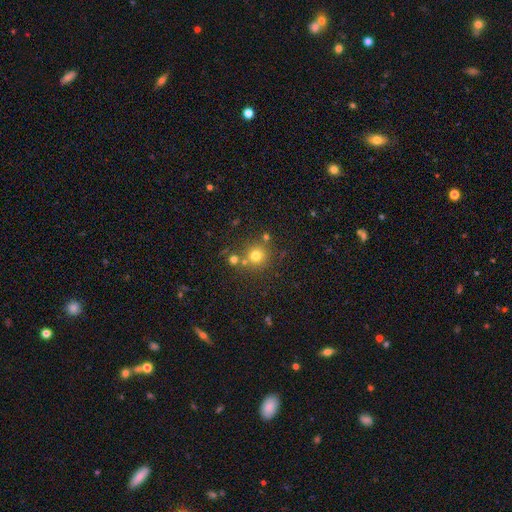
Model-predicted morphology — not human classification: Smooth or featured? Predicted: smooth (p=0.73). How rounded? Predicted: round (p=0.92). Merging? Predicted: none (p=0.73).